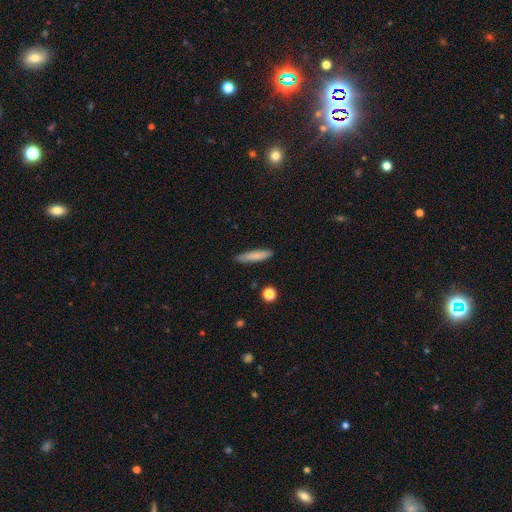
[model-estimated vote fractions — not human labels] A smooth galaxy with no disk features (81%) that is cigar-shaped (84%).

Vote fractions:
- Smooth or featured? smooth: 81% / featured or disk: 12% / star or artifact: 7%
- How rounded? cigar-shaped: 84% / in between: 14% / round: 2%
- Merging? none: 83% / minor disturbance: 13% / major disturbance: 2% / merger: 2%